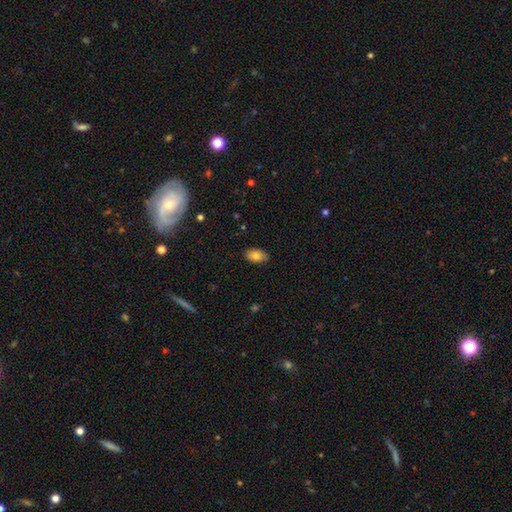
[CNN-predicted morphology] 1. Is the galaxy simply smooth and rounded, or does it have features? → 81% smooth, 11% featured or disk, 8% star or artifact.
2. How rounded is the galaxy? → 92% in between, 7% round, 2% cigar-shaped.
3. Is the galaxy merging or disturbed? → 85% none, 12% minor disturbance, 2% major disturbance, 1% merger.